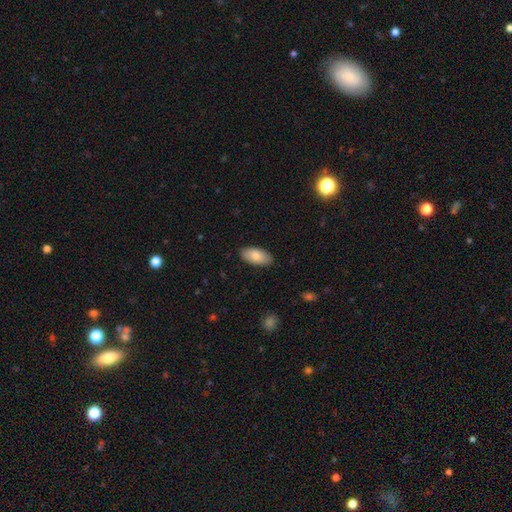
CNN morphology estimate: A smooth galaxy with no disk features (84%) that is in between round and cigar-shaped (93%). Merging: none (87%).